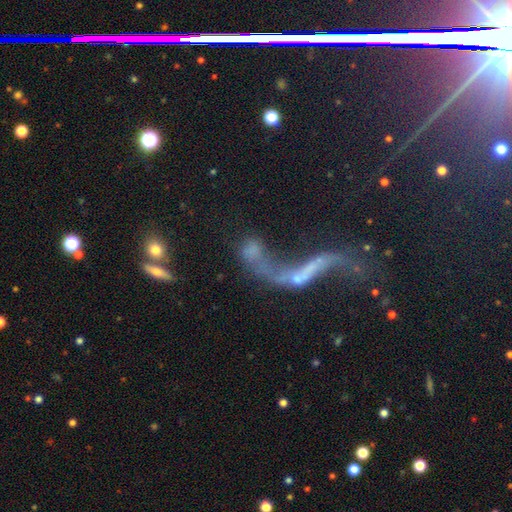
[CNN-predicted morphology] The model was most divided on "merging": merger: 33%, major disturbance: 28%, none: 27%, minor disturbance: 13%. Remaining: edge-on disk — no (89%); smooth or featured — featured or disk (69%); spiral arms — yes (59%); bar — no (59%); bulge size — none (46%).